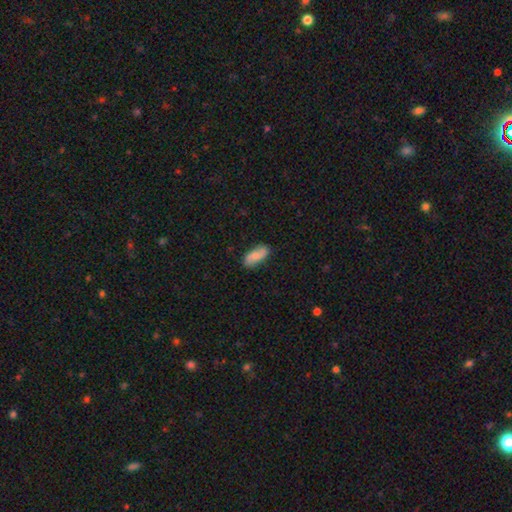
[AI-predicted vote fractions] A smooth galaxy with no disk features (64%) that is in between round and cigar-shaped (84%). Merging: none (81%).